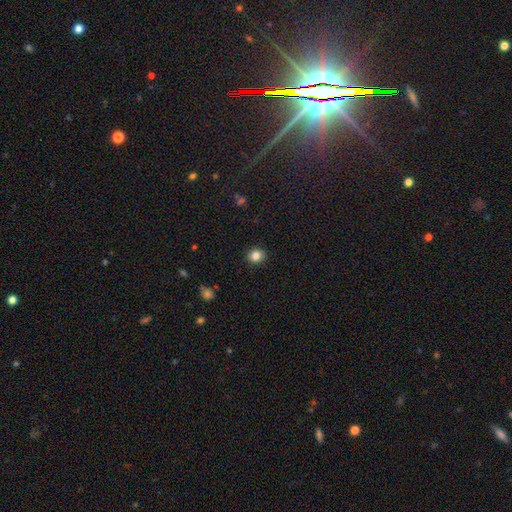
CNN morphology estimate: Q: Smooth or featured?
A: smooth (83%); runner-up: star or artifact (11%)
Q: How rounded?
A: round (72%); runner-up: in between (28%)
Q: Merging?
A: none (90%); runner-up: minor disturbance (8%)